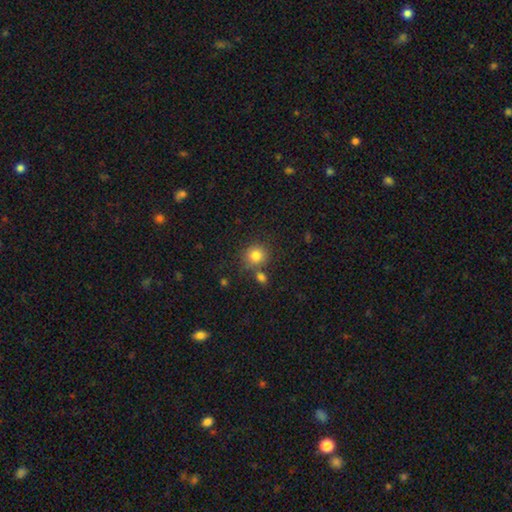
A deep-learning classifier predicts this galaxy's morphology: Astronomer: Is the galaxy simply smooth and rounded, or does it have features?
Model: smooth — 82%.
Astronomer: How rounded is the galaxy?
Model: round — 87%.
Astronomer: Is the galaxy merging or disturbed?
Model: none — 70%.